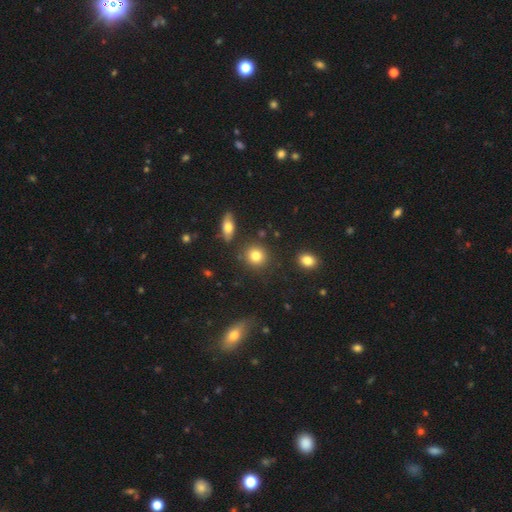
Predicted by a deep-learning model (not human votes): Smooth or featured?
  - smooth: 82% *
  - star or artifact: 10%
  - featured or disk: 8%
How rounded?
  - round: 85% *
  - in between: 13%
  - cigar-shaped: 1%
Merging?
  - none: 85% *
  - minor disturbance: 8%
  - merger: 4%
  - major disturbance: 3%